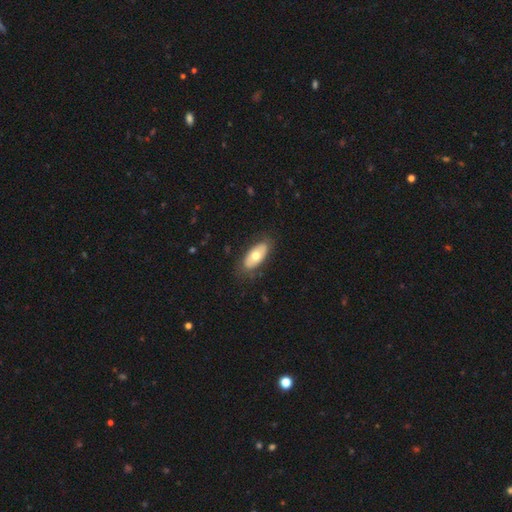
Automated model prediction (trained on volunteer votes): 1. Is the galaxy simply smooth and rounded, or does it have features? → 61% smooth, 33% featured or disk, 5% star or artifact.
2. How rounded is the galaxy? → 91% in between, 6% cigar-shaped, 3% round.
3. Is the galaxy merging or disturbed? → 80% none, 14% minor disturbance, 4% major disturbance, 1% merger.